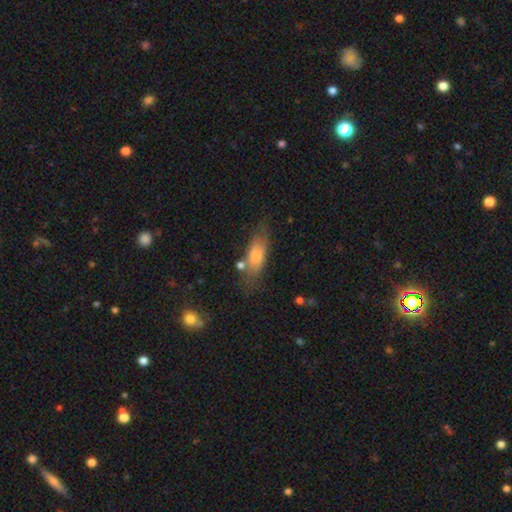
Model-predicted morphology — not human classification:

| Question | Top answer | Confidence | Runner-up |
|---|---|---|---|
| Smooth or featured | smooth | 71% | featured or disk (21%) |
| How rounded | in between | 62% | cigar-shaped (35%) |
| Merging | none | 66% | minor disturbance (20%) |